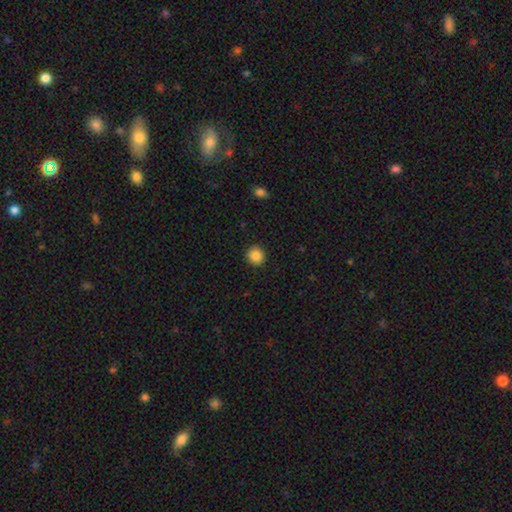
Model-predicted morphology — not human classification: smooth-or-featured: smooth: 86% | star or artifact: 9% | featured or disk: 4%
  how-rounded: round: 89% | in between: 10% | cigar-shaped: 1%
  merging: none: 92% | minor disturbance: 6% | major disturbance: 2% | merger: 1%